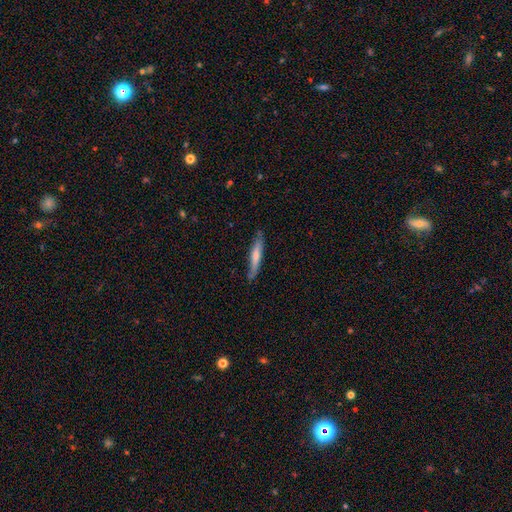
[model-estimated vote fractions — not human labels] Morphology: type=smooth (52%); roundness=cigar-shaped (92%); merging=none (79%).